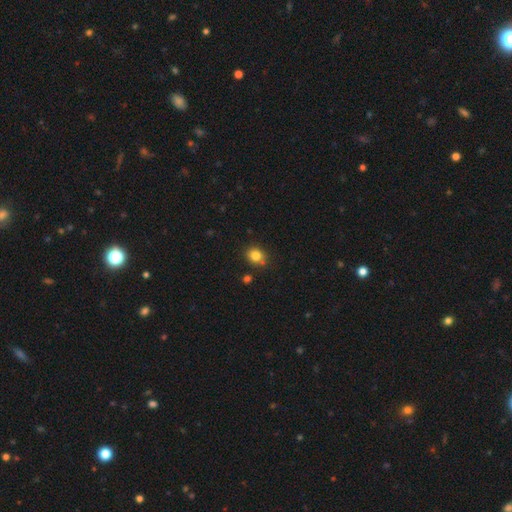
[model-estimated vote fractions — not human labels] Q: Smooth or featured?
A: smooth (82%); runner-up: star or artifact (12%)
Q: How rounded?
A: round (68%); runner-up: in between (31%)
Q: Merging?
A: none (77%); runner-up: minor disturbance (13%)